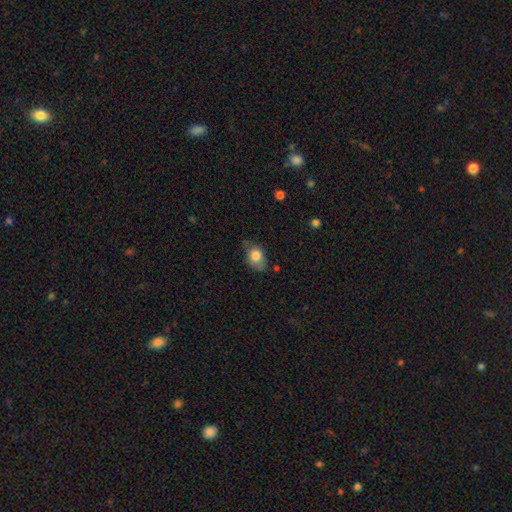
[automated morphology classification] Smooth or featured?
  - smooth: 81% *
  - featured or disk: 11%
  - star or artifact: 8%
How rounded?
  - in between: 70% *
  - round: 29%
  - cigar-shaped: 1%
Merging?
  - none: 55% *
  - minor disturbance: 33%
  - major disturbance: 9%
  - merger: 2%